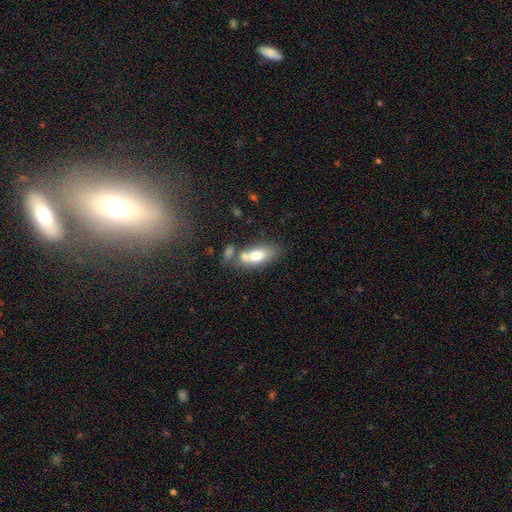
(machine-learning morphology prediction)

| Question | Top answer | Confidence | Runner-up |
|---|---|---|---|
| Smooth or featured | smooth | 72% | featured or disk (21%) |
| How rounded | in between | 84% | cigar-shaped (12%) |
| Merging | none | 50% | merger (29%) |